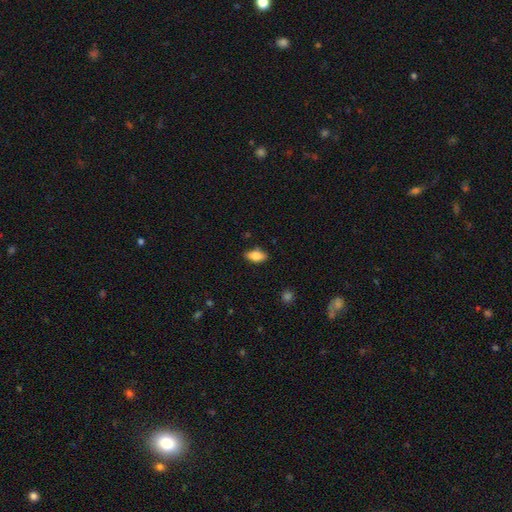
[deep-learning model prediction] Morphology: type=smooth (79%); roundness=in between (88%); merging=none (84%).